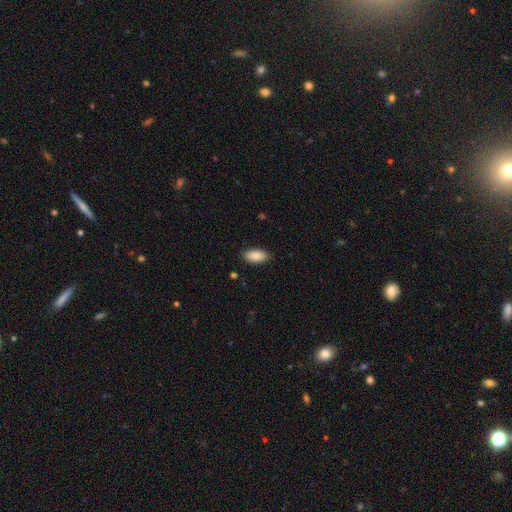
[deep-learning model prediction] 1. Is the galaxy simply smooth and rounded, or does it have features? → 88% smooth, 7% star or artifact, 5% featured or disk.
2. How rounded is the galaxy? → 92% in between, 6% cigar-shaped, 2% round.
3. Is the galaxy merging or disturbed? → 88% none, 9% minor disturbance, 2% major disturbance, 1% merger.